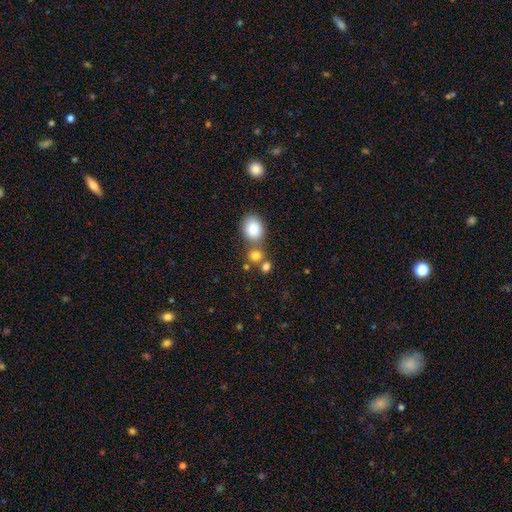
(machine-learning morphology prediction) Q: Smooth or featured?
A: smooth (80%); runner-up: star or artifact (12%)
Q: How rounded?
A: round (69%); runner-up: in between (30%)
Q: Merging?
A: none (52%); runner-up: merger (35%)